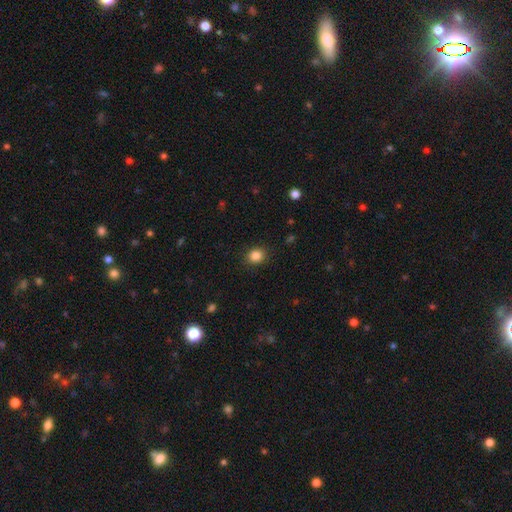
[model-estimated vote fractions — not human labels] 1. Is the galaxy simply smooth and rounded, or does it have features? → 85% smooth, 11% star or artifact, 4% featured or disk.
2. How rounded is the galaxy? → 67% round, 32% in between, 1% cigar-shaped.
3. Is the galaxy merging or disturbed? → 89% none, 8% minor disturbance, 2% major disturbance, 1% merger.